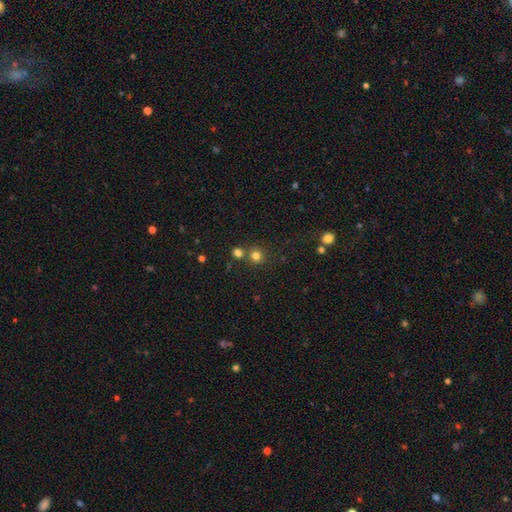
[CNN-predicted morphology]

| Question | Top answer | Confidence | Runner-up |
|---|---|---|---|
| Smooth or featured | smooth | 77% | star or artifact (17%) |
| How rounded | round | 92% | in between (7%) |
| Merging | none | 71% | merger (20%) |